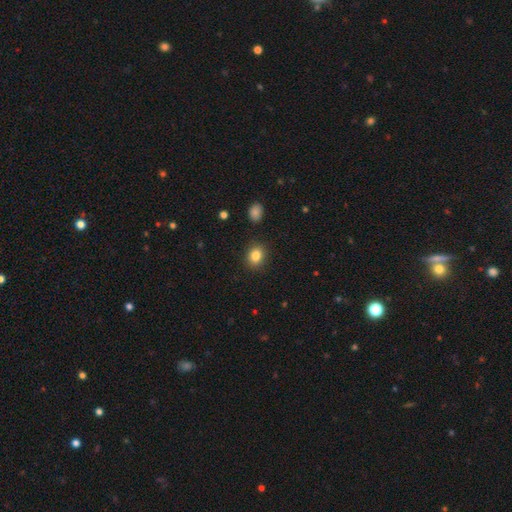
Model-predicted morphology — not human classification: Q: Smooth or featured?
A: smooth (84%); runner-up: star or artifact (10%)
Q: How rounded?
A: round (59%); runner-up: in between (40%)
Q: Merging?
A: none (88%); runner-up: minor disturbance (8%)